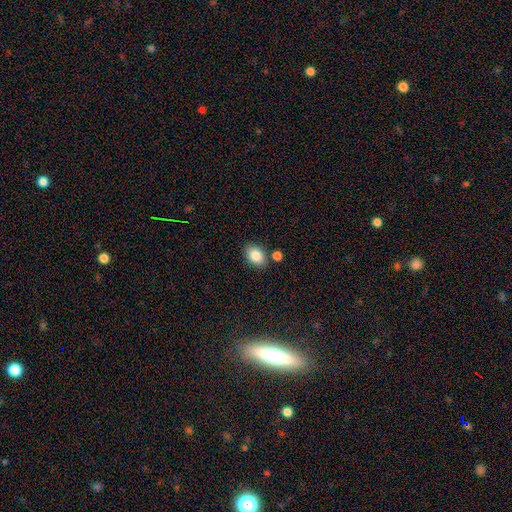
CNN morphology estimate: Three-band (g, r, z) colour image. It shows a smooth galaxy with no disk features (85%) that is in between round and cigar-shaped (76%). Merging: none (78%).